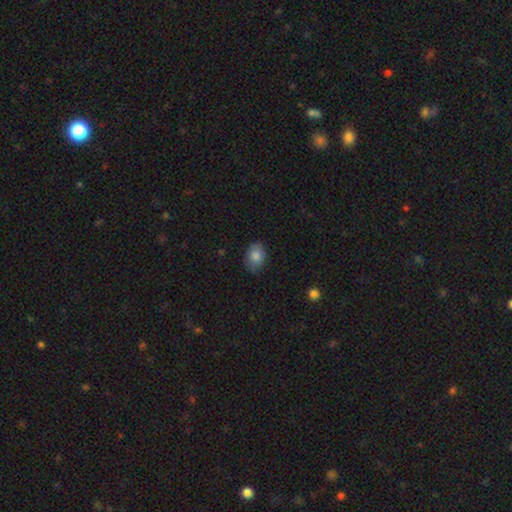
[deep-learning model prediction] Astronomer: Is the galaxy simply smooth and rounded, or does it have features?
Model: smooth — 84%.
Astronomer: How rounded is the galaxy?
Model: in between — 72%.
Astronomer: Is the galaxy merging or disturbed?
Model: none — 78%.